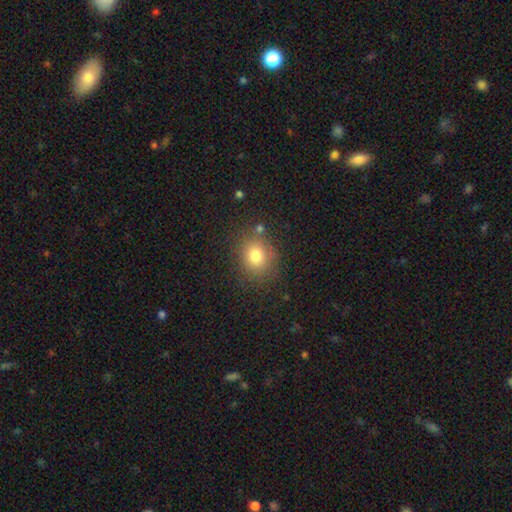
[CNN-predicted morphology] Smooth or featured? smooth (78%)
How rounded? round (65%)
Merging? none (79%)